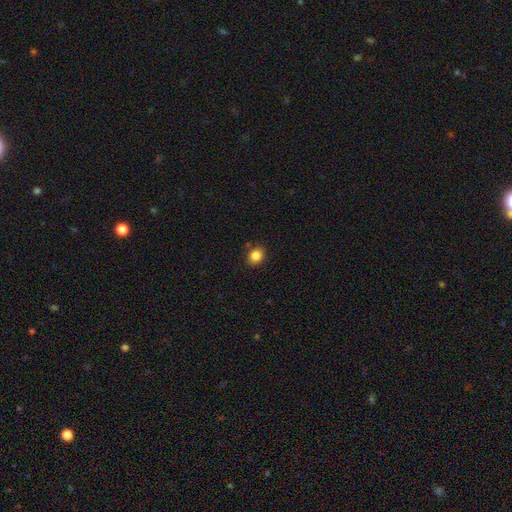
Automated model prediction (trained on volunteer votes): Overall: smooth (84%). How rounded: round (70%). Merging: none (85%).